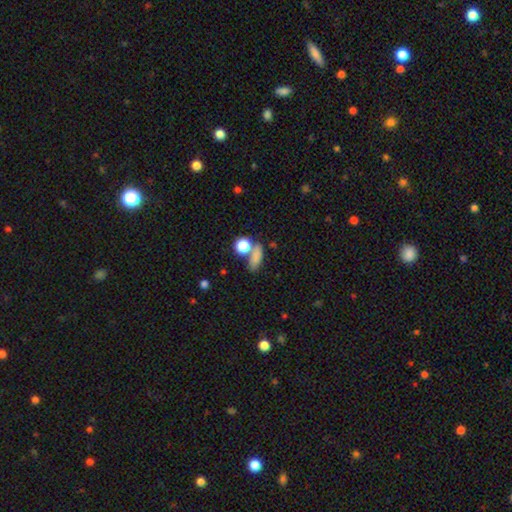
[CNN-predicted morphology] Overall: smooth (79%). How rounded: in between (45%; cigar-shaped 28%). Merging: none (55%; merger 24%).